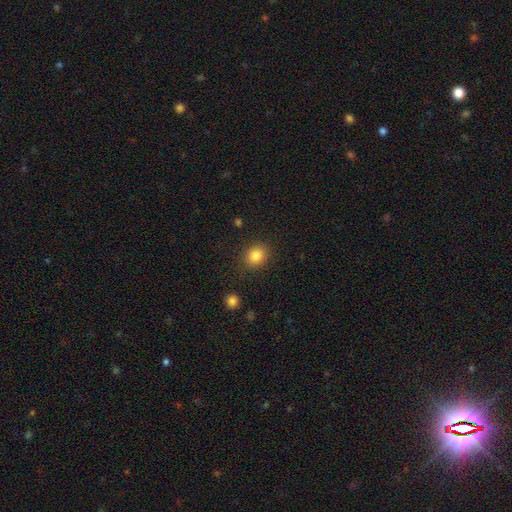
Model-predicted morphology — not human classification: This appears to be a smooth galaxy with no disk features (84%) that is round (66%). Merging: none (87%).